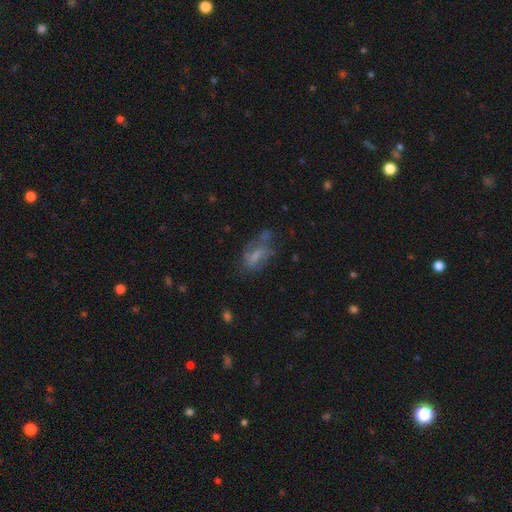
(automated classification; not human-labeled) This is possibly a smooth galaxy (47%). Merging: marginally none (40%).